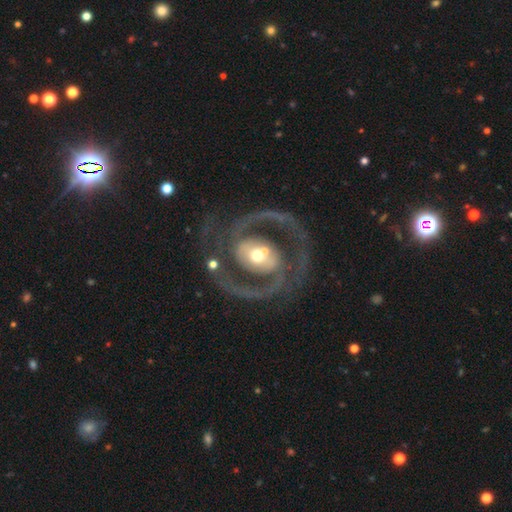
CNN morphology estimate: This is clearly a featured or disk galaxy (90%). It is clearly not viewed edge-on (97%). Bar: marginally no (38%). Spiral arm pattern: clearly yes (94%). Spiral arm count: clearly 2 (89%). Spiral winding: possibly medium (54%). Central bulge: possibly moderate (59%). Merging: likely none (71%).